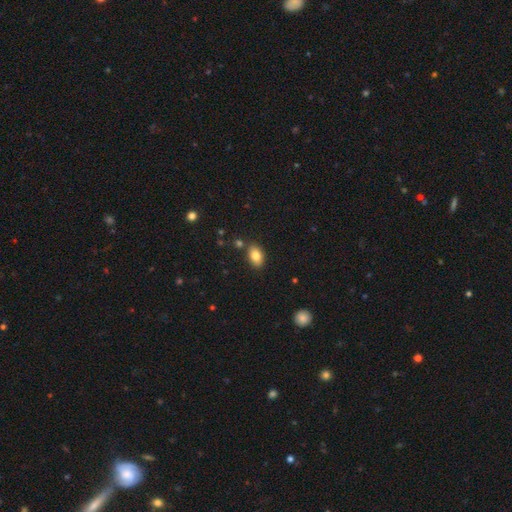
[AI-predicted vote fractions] A smooth galaxy with no disk features (82%) that is in between round and cigar-shaped (86%). Merging: none (80%).